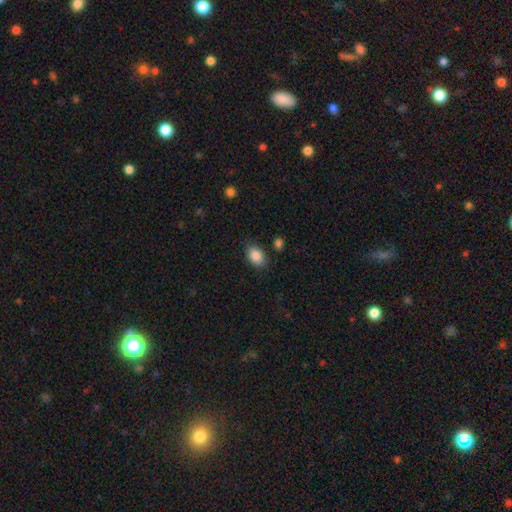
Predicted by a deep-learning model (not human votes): Morphology: type=smooth (87%); roundness=in between (84%); merging=none (83%).